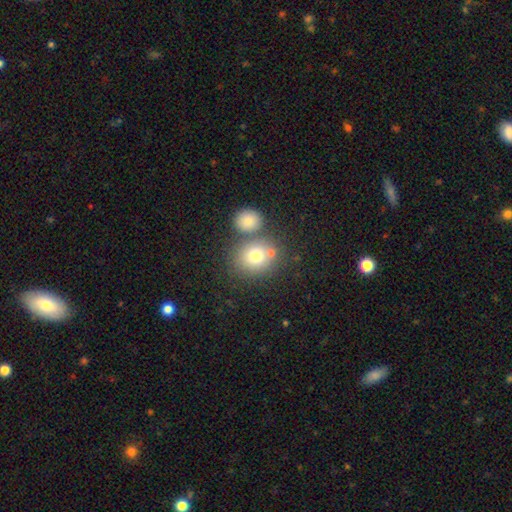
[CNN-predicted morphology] Smooth or featured: smooth — 75% (featured or disk — 13%)
How rounded: round — 70% (in between — 29%)
Merging: none — 60% (merger — 25%)